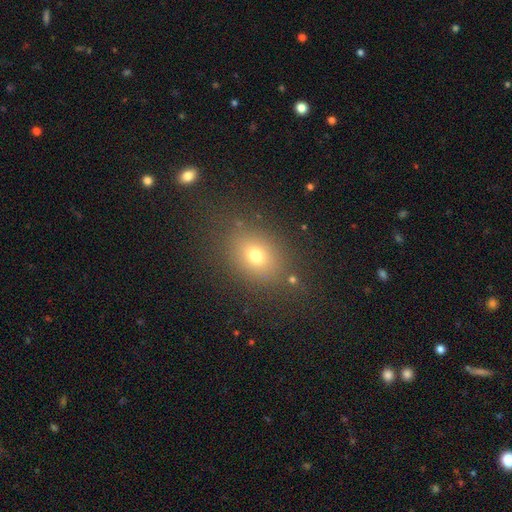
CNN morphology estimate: The model was most divided on "how rounded": in between: 62%, round: 37%, cigar-shaped: 2%. More confident: merging — none (80%); smooth or featured — smooth (71%).